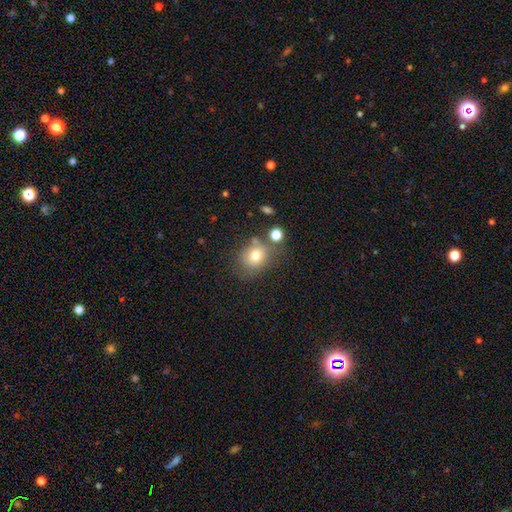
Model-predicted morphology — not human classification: type=smooth (74%); roundness=round (59%); merging=none (62%).